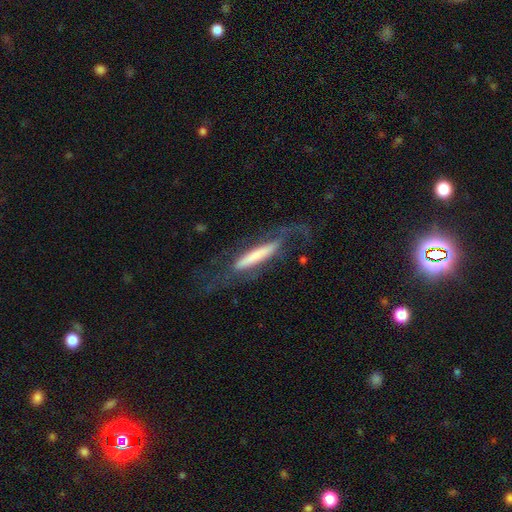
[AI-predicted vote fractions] Smooth or featured: featured or disk — 55% (smooth — 38%)
Edge-on disk: yes — 61% (no — 39%)
Merging: none — 51% (major disturbance — 28%)